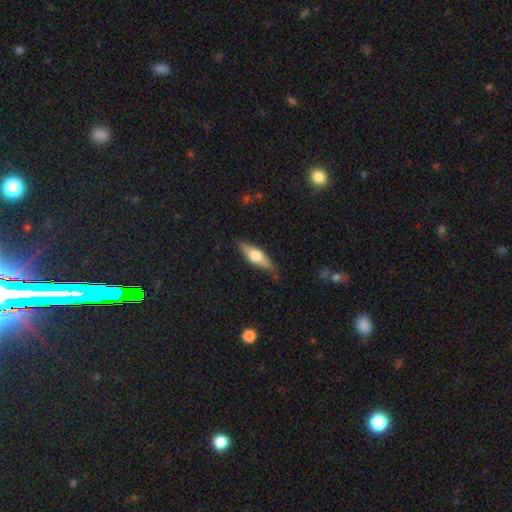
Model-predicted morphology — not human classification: Smooth or featured? smooth (49%)
Merging? none (82%)